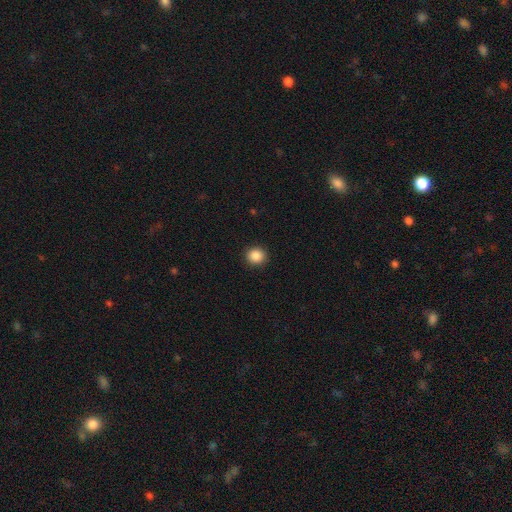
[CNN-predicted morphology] This is clearly a smooth galaxy (87%). How rounded: clearly round (87%). Merging: clearly none (92%).